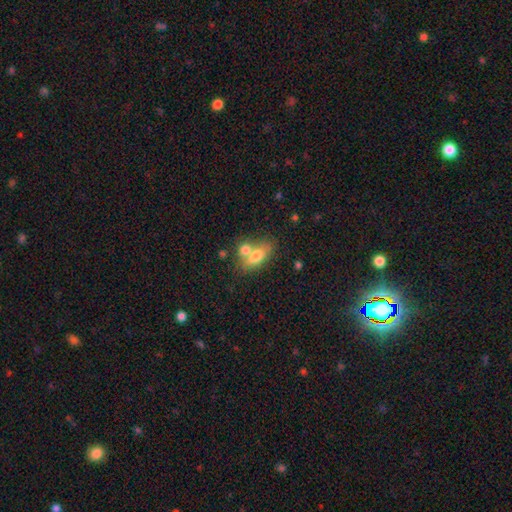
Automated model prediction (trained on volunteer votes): Smooth or featured? Predicted: smooth (p=0.70). How rounded? Predicted: in between (p=0.78). Merging? Predicted: merger (p=0.49).